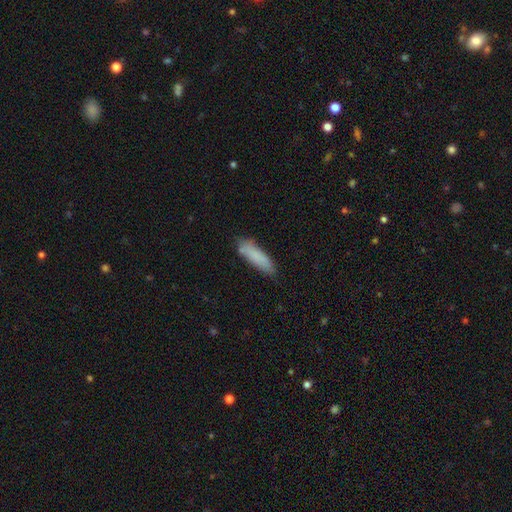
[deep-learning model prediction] A smooth galaxy with no disk features (84%) that is cigar-shaped (67%).

Vote fractions:
- Smooth or featured? smooth: 84% / featured or disk: 9% / star or artifact: 7%
- How rounded? cigar-shaped: 67% / in between: 31% / round: 1%
- Merging? none: 76% / minor disturbance: 18% / major disturbance: 4% / merger: 3%